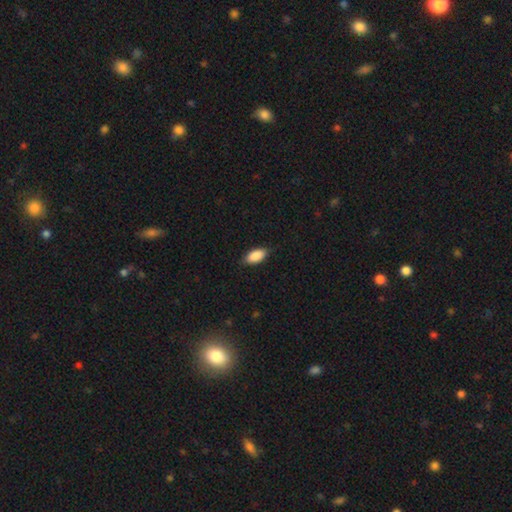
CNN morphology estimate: smooth 89%, star or artifact 6%, featured or disk 5%. Down the decision tree: how rounded — in between (91%); merging — none (85%).